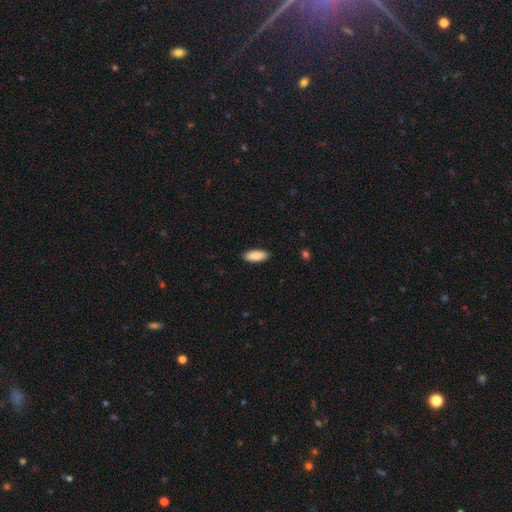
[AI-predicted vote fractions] Smooth or featured? smooth (89%)
How rounded? in between (76%)
Merging? none (90%)